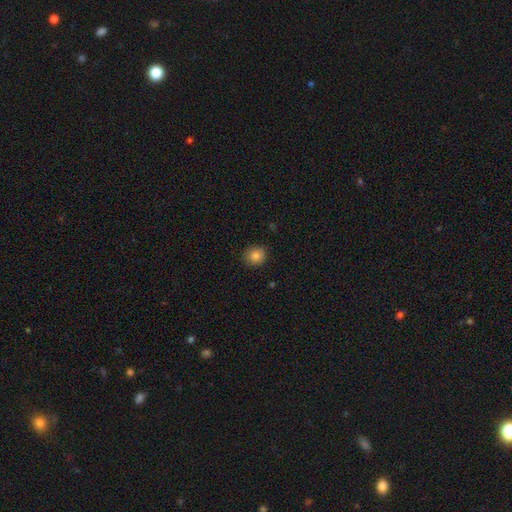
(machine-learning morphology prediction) Overall: smooth (84%). How rounded: round (84%). Merging: none (85%).